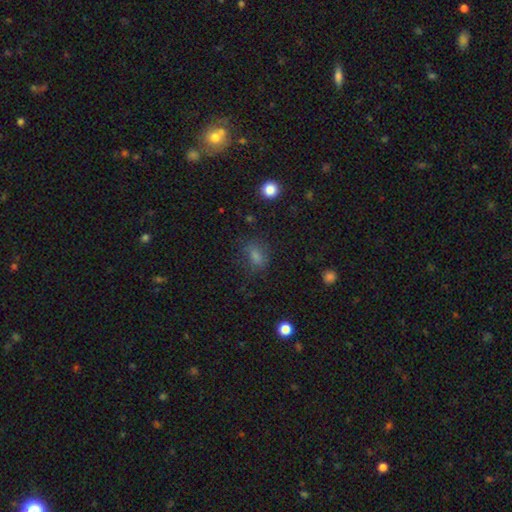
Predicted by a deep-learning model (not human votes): Overall: smooth (67%). How rounded: in between (70%). Merging: none (73%).